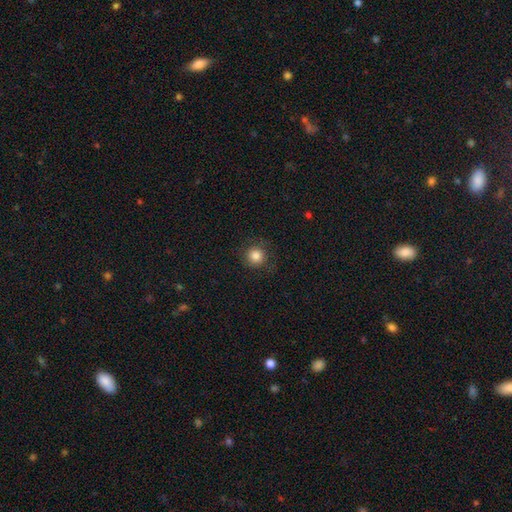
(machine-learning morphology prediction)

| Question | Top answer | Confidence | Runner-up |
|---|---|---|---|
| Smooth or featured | smooth | 84% | star or artifact (10%) |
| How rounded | round | 93% | in between (6%) |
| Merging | none | 84% | minor disturbance (11%) |